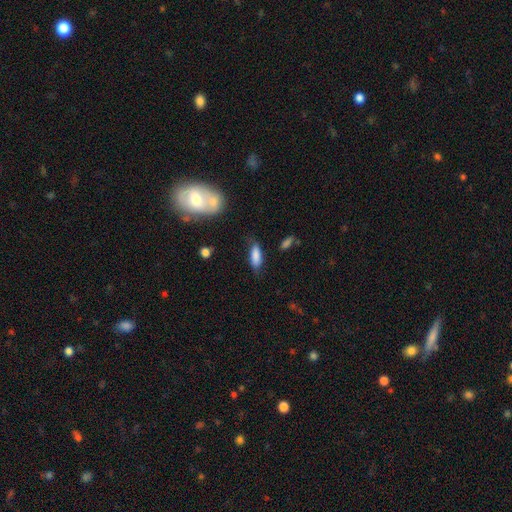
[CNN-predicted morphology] Q: Smooth or featured?
A: smooth (81%); runner-up: featured or disk (11%)
Q: How rounded?
A: in between (71%); runner-up: cigar-shaped (27%)
Q: Merging?
A: none (64%); runner-up: minor disturbance (26%)